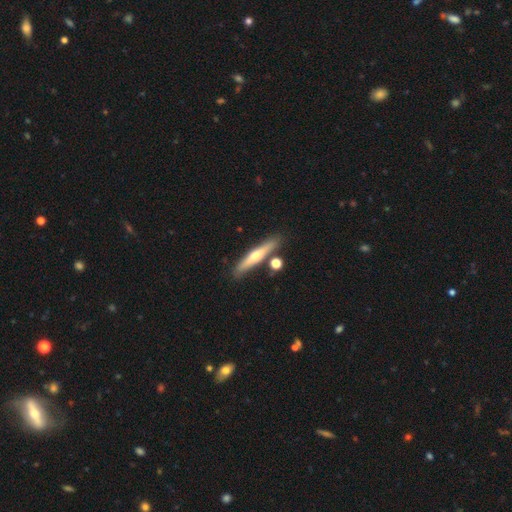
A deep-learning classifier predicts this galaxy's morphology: Smooth or featured?
  - featured or disk: 49% *
  - smooth: 45%
  - star or artifact: 6%
Merging?
  - none: 80% *
  - minor disturbance: 10%
  - merger: 8%
  - major disturbance: 2%